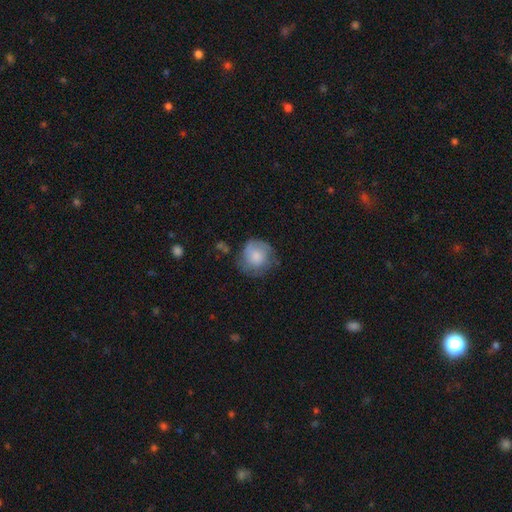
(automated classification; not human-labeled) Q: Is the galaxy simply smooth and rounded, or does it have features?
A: smooth — 66%.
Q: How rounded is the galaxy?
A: round — 84%.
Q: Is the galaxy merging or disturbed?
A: none — 56%.